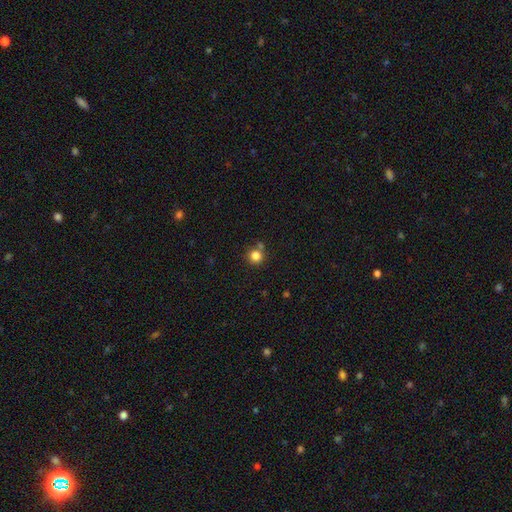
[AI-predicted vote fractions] smooth_or_featured: smooth (p=0.83) [alt: star or artifact p=0.12]
how_rounded: round (p=0.93) [alt: in between p=0.06]
merging: none (p=0.72) [alt: merger p=0.15]